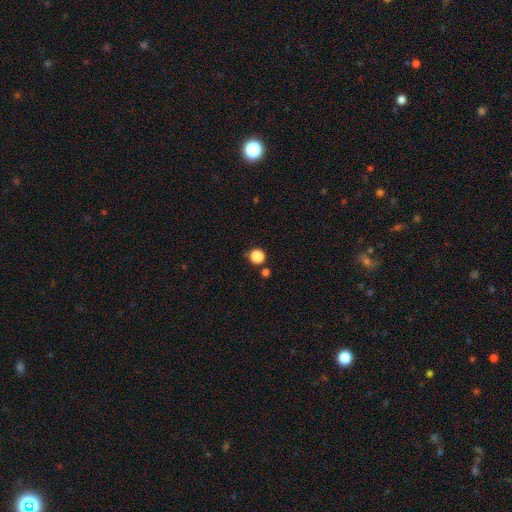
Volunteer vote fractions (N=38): Q: Smooth or featured?
A: smooth (87%); runner-up: featured or disk (8%)
Q: How rounded?
A: round (94%); runner-up: in between (6%)
Q: Merging?
A: none (86%); runner-up: merger (11%)